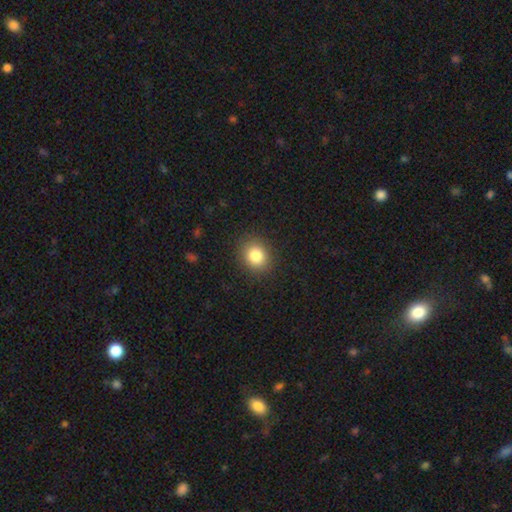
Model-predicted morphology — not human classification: This appears to be a smooth galaxy with no disk features (84%) that is round (70%). Merging: none (89%).